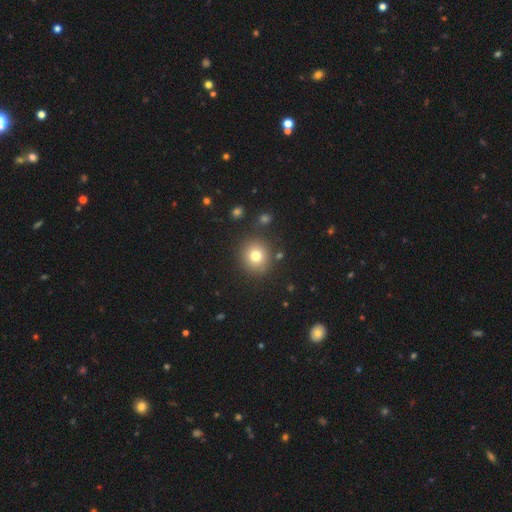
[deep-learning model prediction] Overall: smooth (76%). How rounded: round (89%). Merging: none (86%).